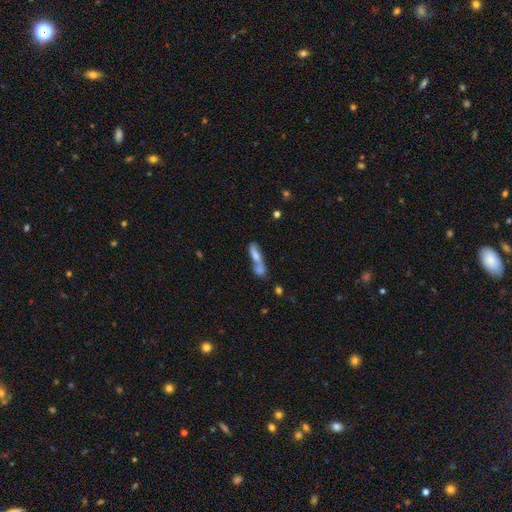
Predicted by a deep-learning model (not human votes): Smooth or featured? Predicted: smooth (p=0.65). How rounded? Predicted: cigar-shaped (p=0.52). Merging? Predicted: merger (p=0.61).